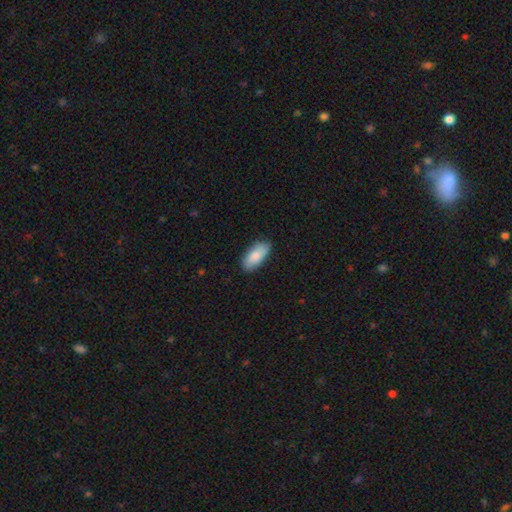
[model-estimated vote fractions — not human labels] This appears to be a smooth galaxy with no disk features (85%) that is in between round and cigar-shaped (90%). Merging: none (83%).